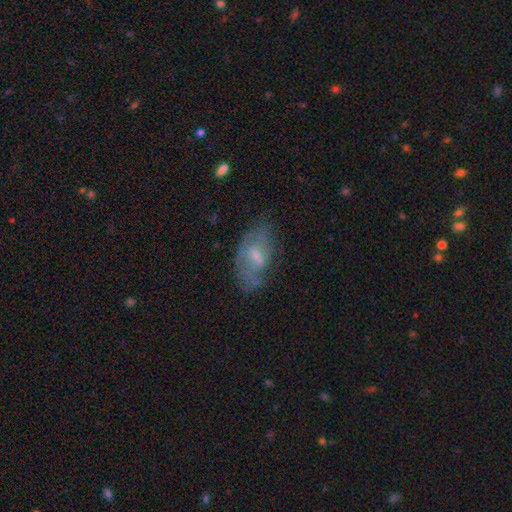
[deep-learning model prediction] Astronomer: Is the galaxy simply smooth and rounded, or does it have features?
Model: featured or disk — 54% (runner-up: smooth, 38%).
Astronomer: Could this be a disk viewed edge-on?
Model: no — 92%.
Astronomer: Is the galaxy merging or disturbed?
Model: none — 55%.